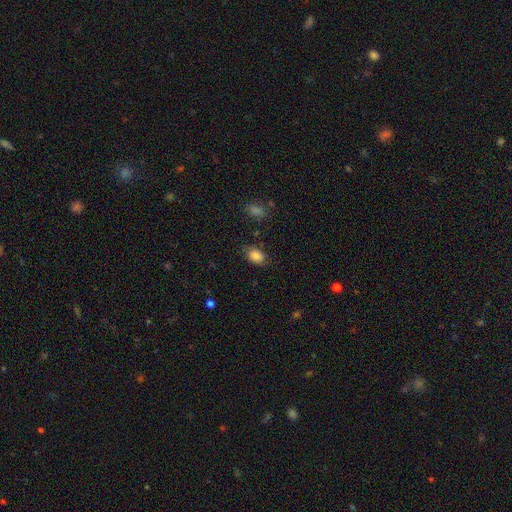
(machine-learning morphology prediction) The model was most divided on "merging": none: 78%, minor disturbance: 16%, major disturbance: 4%, merger: 2%. More confident: smooth or featured — smooth (86%); how rounded — in between (84%).